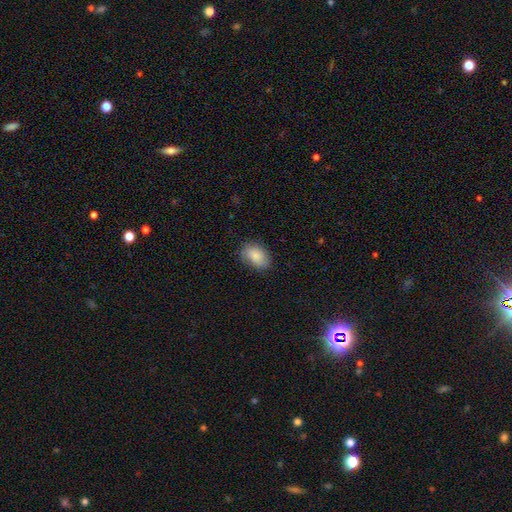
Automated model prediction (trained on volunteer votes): This is clearly a smooth galaxy (83%). How rounded: clearly in between (87%). Merging: likely none (77%).